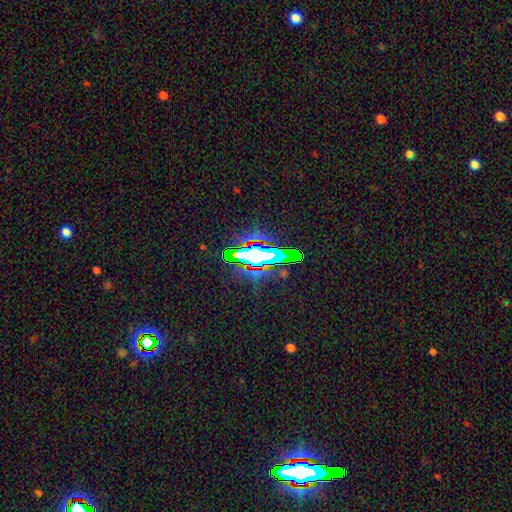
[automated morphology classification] Smooth or featured? star or artifact (56%)